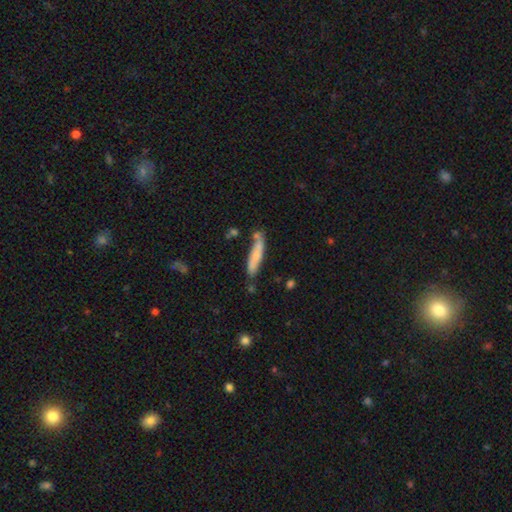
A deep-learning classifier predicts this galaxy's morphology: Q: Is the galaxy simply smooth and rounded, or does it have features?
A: smooth — 69%.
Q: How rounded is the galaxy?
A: cigar-shaped — 86%.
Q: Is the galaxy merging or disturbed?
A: none — 66%.